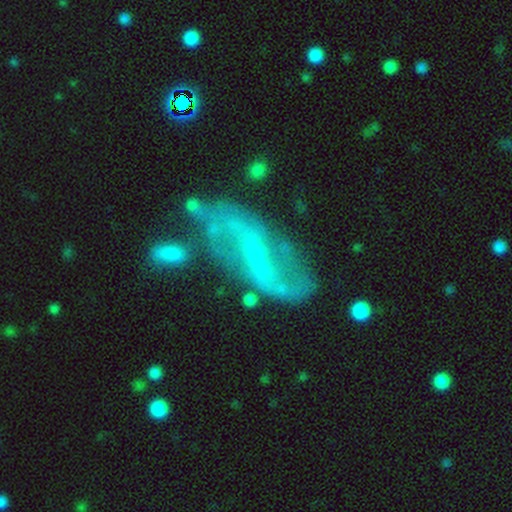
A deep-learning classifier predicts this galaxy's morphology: Smooth or featured? featured or disk (82%)
Edge-on disk? no (92%)
Bar? weak (45%)
Spiral arms? yes (89%)
Spiral winding? loose (60%)
Spiral arm count? 2 (85%)
Bulge size? small (70%)
Merging? none (60%)